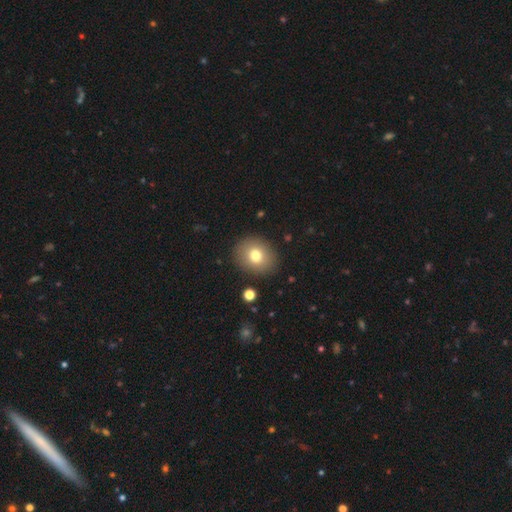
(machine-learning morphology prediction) smooth 76%, featured or disk 14%, star or artifact 10%. Down the decision tree: how rounded — round (63%); merging — none (88%).